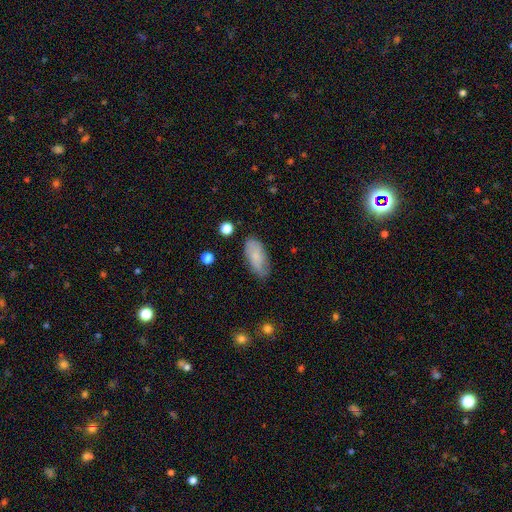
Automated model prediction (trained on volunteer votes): Q: Smooth or featured?
A: smooth (76%); runner-up: featured or disk (17%)
Q: How rounded?
A: in between (88%); runner-up: cigar-shaped (10%)
Q: Merging?
A: none (78%); runner-up: minor disturbance (17%)